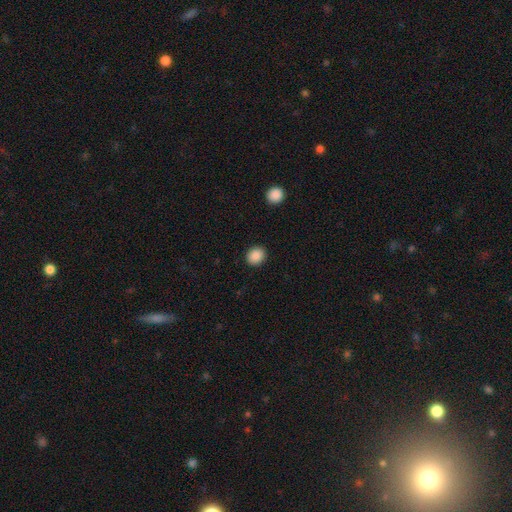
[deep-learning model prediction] A smooth galaxy with no disk features (88%) that is round (72%). Merging: none (91%).